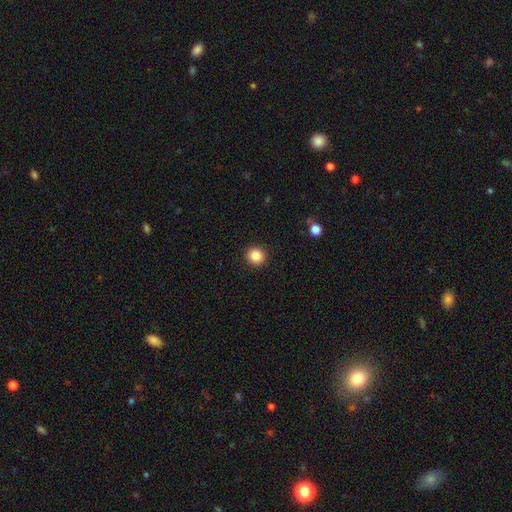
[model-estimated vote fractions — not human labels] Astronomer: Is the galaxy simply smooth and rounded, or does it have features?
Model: smooth — 85%.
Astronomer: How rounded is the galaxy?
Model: round — 91%.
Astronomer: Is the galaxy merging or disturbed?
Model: none — 92%.